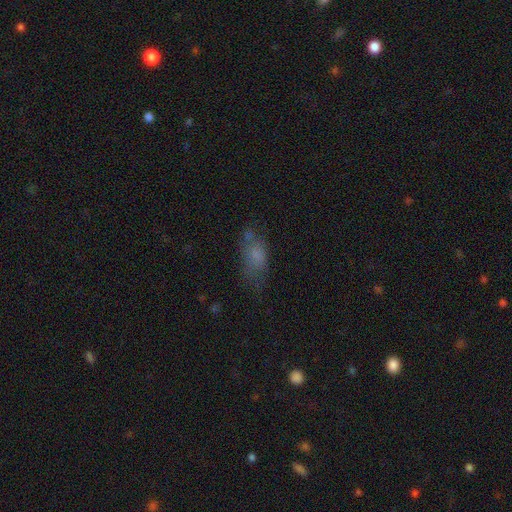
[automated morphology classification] This appears to be a smooth galaxy with no disk features (68%) that is in between round and cigar-shaped (79%). Merging: none (48%).